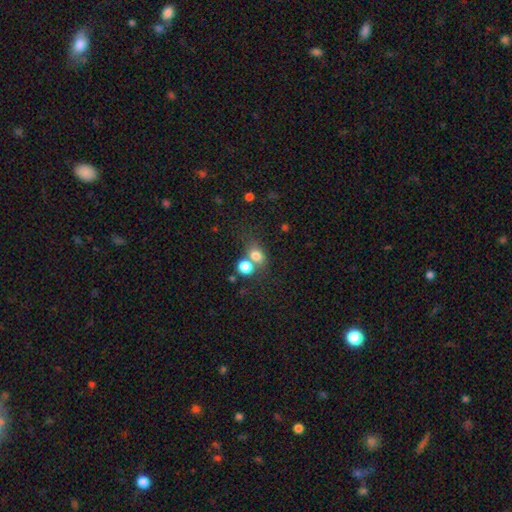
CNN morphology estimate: Smooth or featured? smooth (77%)
How rounded? round (51%)
Merging? none (45%)